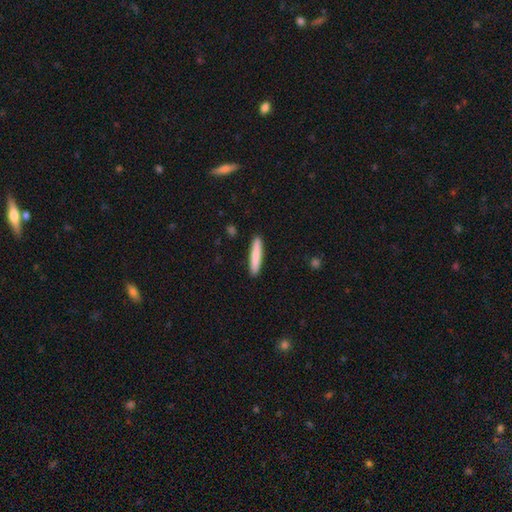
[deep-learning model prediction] Smooth or featured? Predicted: smooth (p=0.82). How rounded? Predicted: cigar-shaped (p=0.92). Merging? Predicted: none (p=0.91).